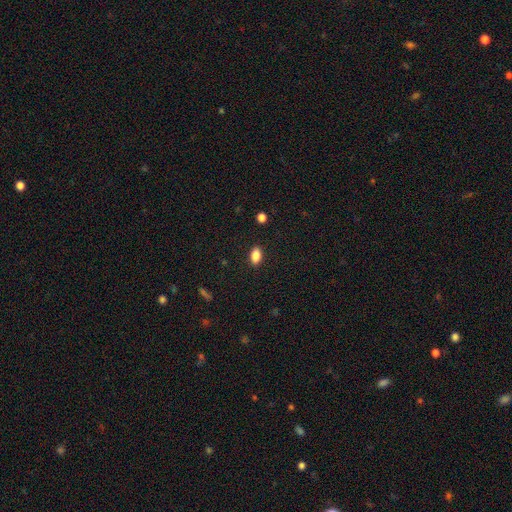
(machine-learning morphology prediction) Q: Smooth or featured?
A: smooth (85%); runner-up: star or artifact (9%)
Q: How rounded?
A: in between (89%); runner-up: round (7%)
Q: Merging?
A: none (88%); runner-up: minor disturbance (8%)